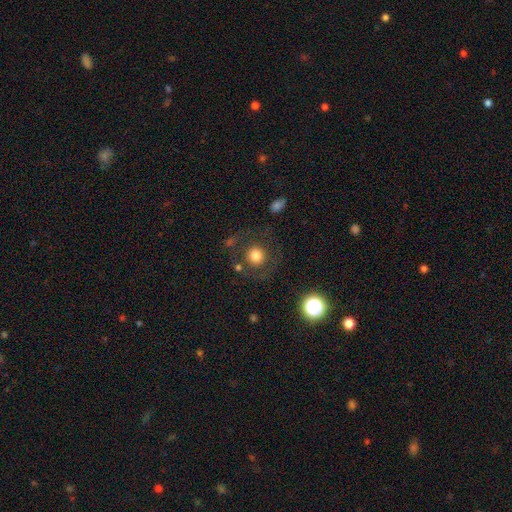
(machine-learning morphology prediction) Smooth or featured? smooth (70%)
How rounded? round (93%)
Merging? none (74%)